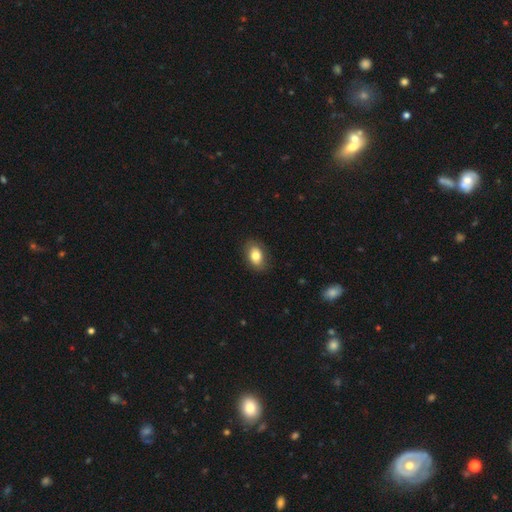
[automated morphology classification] Smooth or featured?
  - smooth: 78% *
  - featured or disk: 14%
  - star or artifact: 8%
How rounded?
  - in between: 83% *
  - round: 15%
  - cigar-shaped: 1%
Merging?
  - none: 84% *
  - minor disturbance: 12%
  - major disturbance: 3%
  - merger: 1%